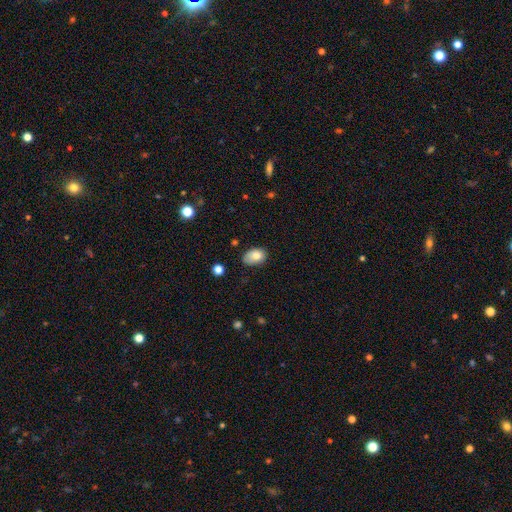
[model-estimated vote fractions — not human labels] This is clearly a smooth galaxy (81%). How rounded: clearly in between (83%). Merging: possibly none (58%).